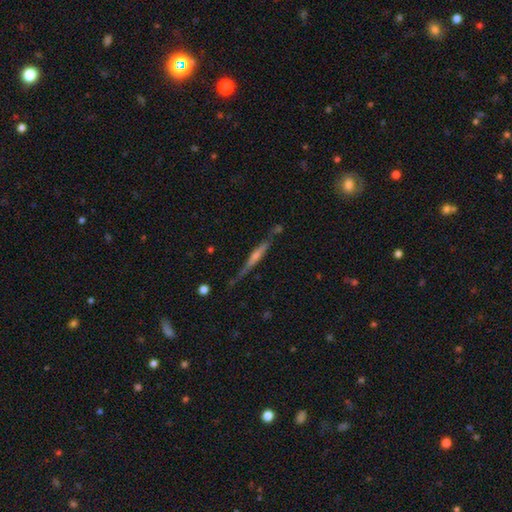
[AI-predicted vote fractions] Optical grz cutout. It shows a featured or disk galaxy (75%) viewed edge-on (97%) with a rounded central bulge (61%). Merging: none (80%).